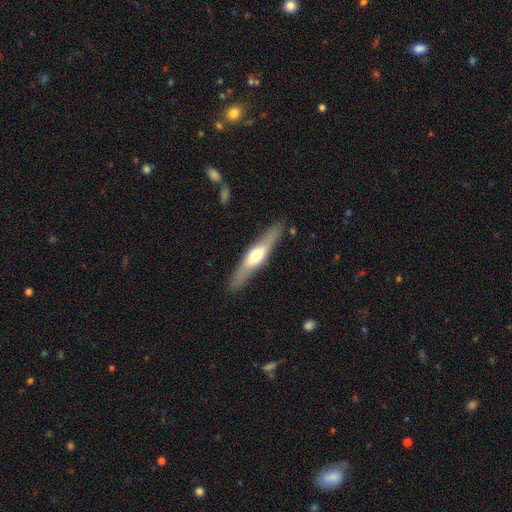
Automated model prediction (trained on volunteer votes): featured or disk 57%, smooth 38%, star or artifact 5%. Down the decision tree: edge-on disk — yes (89%); edge-on bulge — rounded (86%); merging — none (87%).